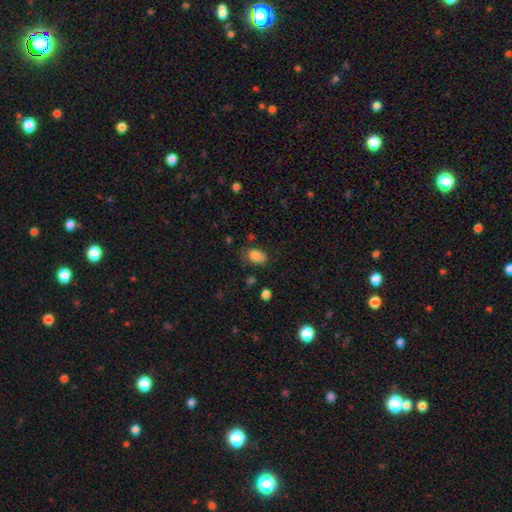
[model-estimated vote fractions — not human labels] smooth_or_featured: smooth (p=0.83) [alt: star or artifact p=0.10]
how_rounded: in between (p=0.87) [alt: round p=0.12]
merging: none (p=0.54) [alt: minor disturbance p=0.31]